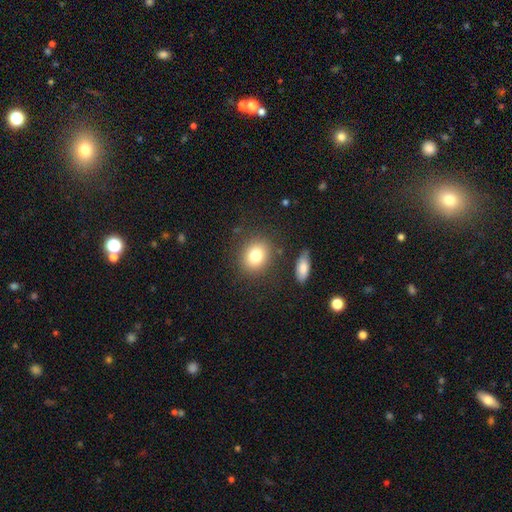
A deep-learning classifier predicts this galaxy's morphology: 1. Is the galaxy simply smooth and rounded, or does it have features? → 80% smooth, 10% star or artifact, 10% featured or disk.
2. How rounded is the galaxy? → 61% round, 38% in between, 1% cigar-shaped.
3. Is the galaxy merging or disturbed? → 82% none, 10% minor disturbance, 4% merger, 4% major disturbance.